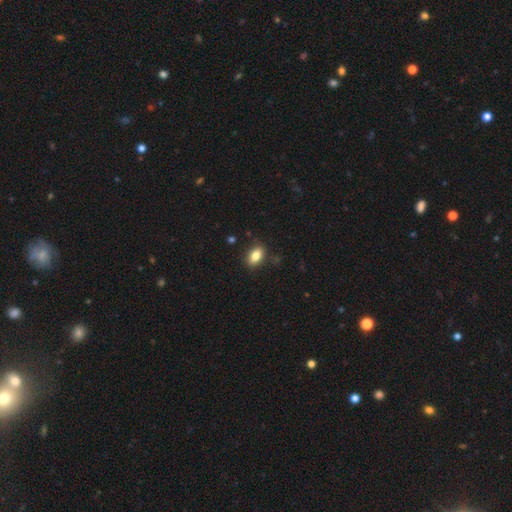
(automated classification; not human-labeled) The model was most divided on "merging": none: 84%, minor disturbance: 12%, major disturbance: 3%, merger: 2%. More confident: how rounded — in between (87%); smooth or featured — smooth (83%).